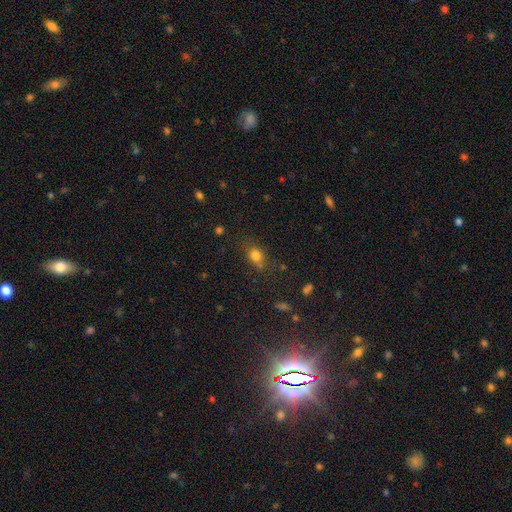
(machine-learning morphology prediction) This is likely a smooth galaxy (78%). How rounded: possibly round (55%). Merging: likely none (67%).